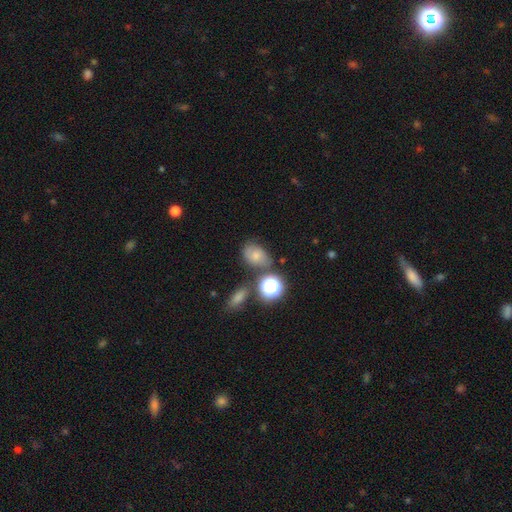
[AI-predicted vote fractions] The model was most divided on "how rounded": in between: 68%, round: 31%, cigar-shaped: 2%. More confident: smooth or featured — smooth (63%); merging — none (61%).